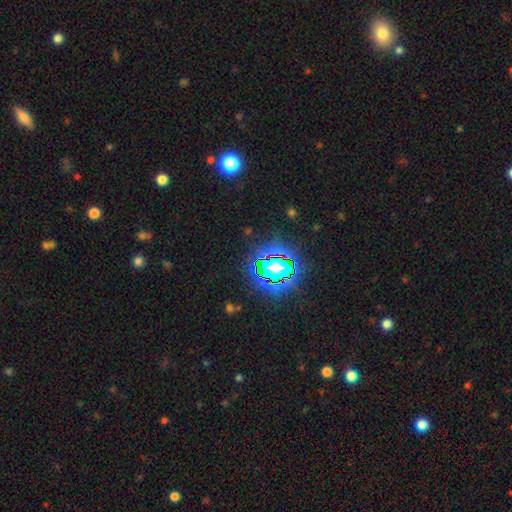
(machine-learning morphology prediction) The model was most divided on "smooth or featured": star or artifact: 81%, smooth: 12%, featured or disk: 7%.